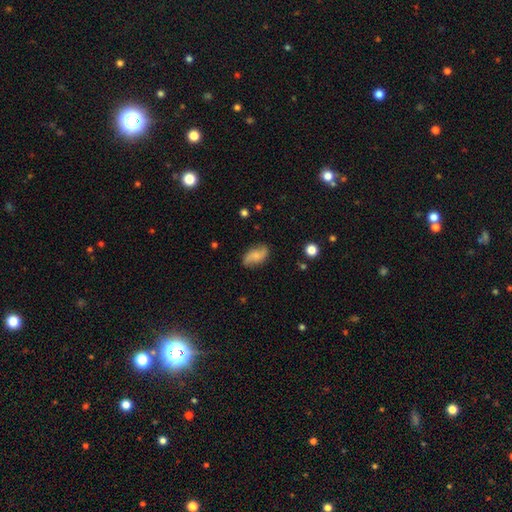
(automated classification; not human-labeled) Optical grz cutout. It shows a smooth galaxy with no disk features (55%) that is in between round and cigar-shaped (90%). Merging: none (77%).